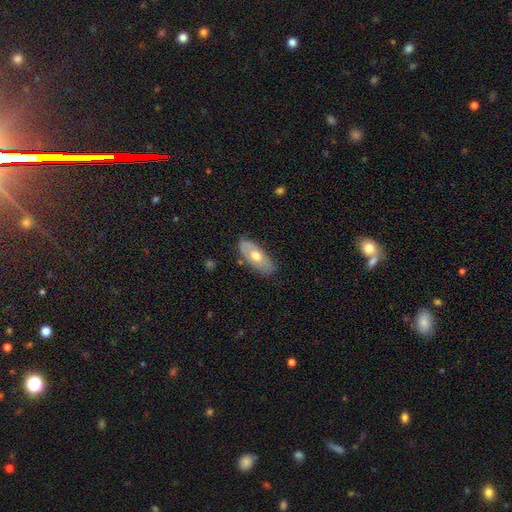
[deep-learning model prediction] Overall: smooth (50%; featured or disk 44%). Merging: none (80%).